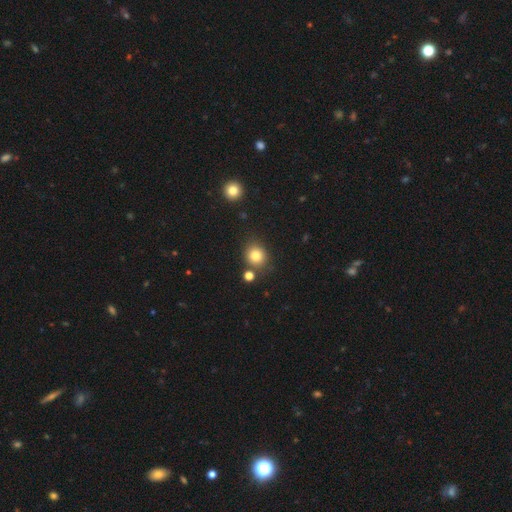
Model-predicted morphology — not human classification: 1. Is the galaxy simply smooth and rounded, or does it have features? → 81% smooth, 12% star or artifact, 7% featured or disk.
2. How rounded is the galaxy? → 79% round, 20% in between, 1% cigar-shaped.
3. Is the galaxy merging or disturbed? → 78% none, 10% minor disturbance, 9% merger, 3% major disturbance.